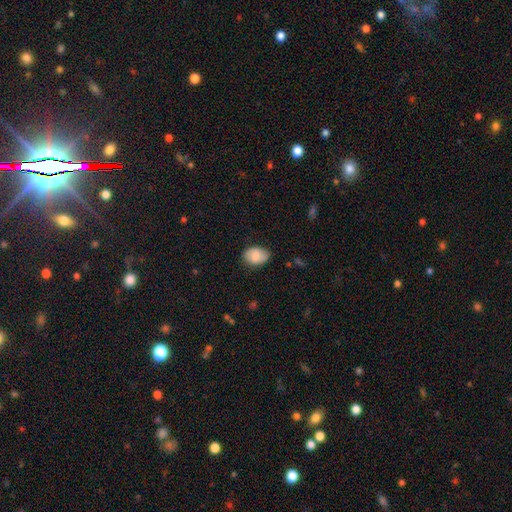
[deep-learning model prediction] Morphology: type=smooth (74%); roundness=in between (80%); merging=none (79%).